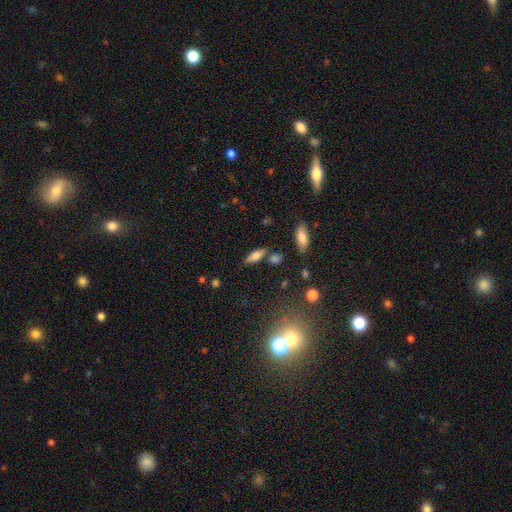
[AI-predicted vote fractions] smooth-or-featured: smooth: 67% | featured or disk: 24% | star or artifact: 10%
  how-rounded: in between: 67% | cigar-shaped: 30% | round: 3%
  merging: none: 71% | minor disturbance: 15% | merger: 11% | major disturbance: 4%